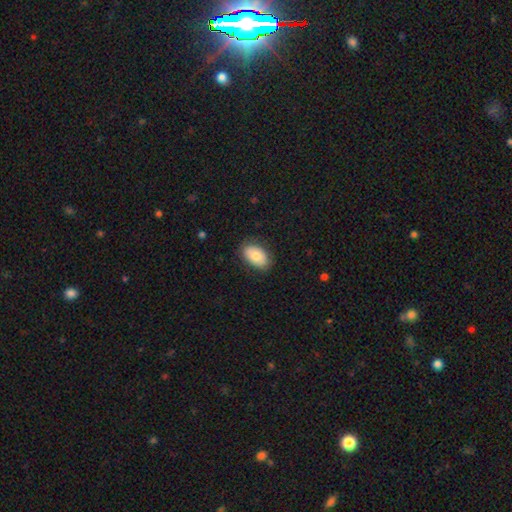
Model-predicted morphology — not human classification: This is clearly a smooth galaxy (80%). How rounded: clearly in between (92%). Merging: clearly none (84%).